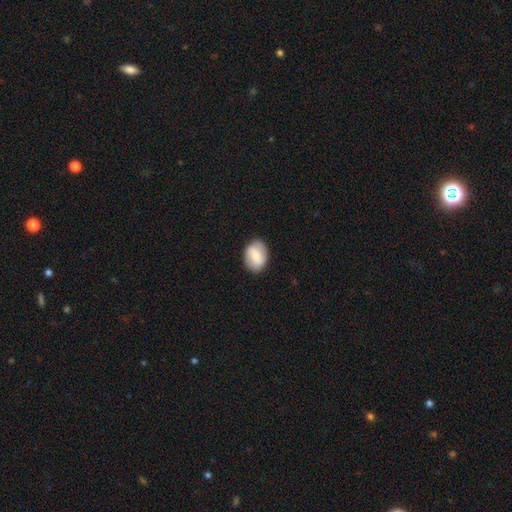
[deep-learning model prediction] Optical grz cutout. It shows a smooth galaxy with no disk features (57%) that is in between round and cigar-shaped (68%). Merging: none (85%).